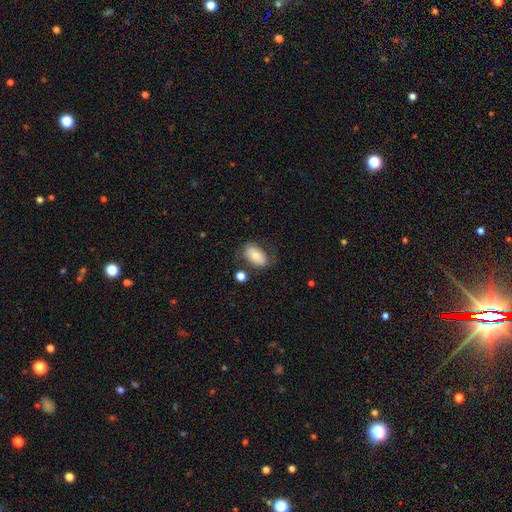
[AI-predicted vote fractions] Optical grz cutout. It shows a smooth galaxy with no disk features (70%) that is in between round and cigar-shaped (90%). Merging: none (65%).